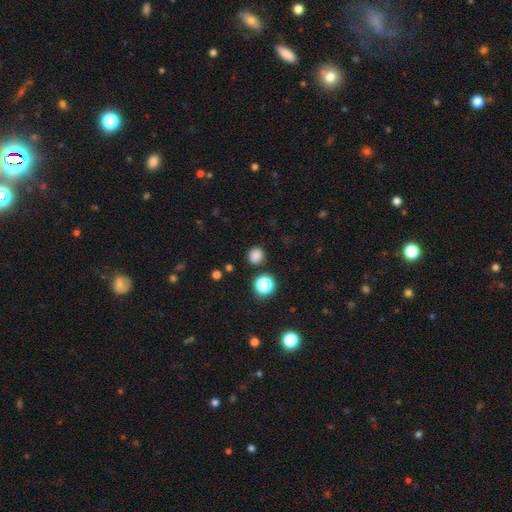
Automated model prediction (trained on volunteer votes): The model was most divided on "smooth or featured": smooth: 80%, star or artifact: 16%, featured or disk: 4%. More confident: how rounded — round (88%); merging — none (86%).